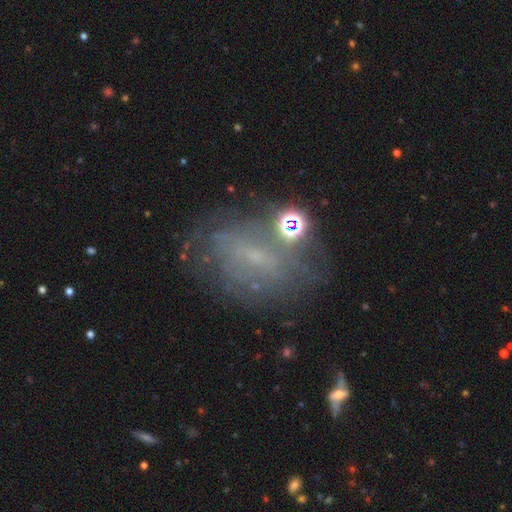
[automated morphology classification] type=featured or disk (58%); edge-on=no (95%); bar=weak (43%); spiral arms=yes (60%); bulge=small (63%); merging=none (58%).